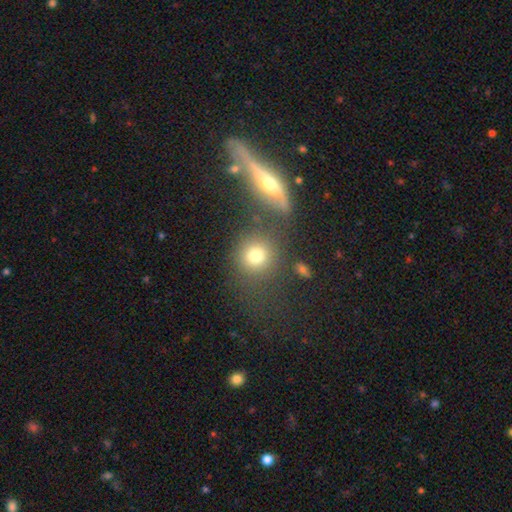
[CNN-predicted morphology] Smooth or featured? Predicted: smooth (p=0.75). How rounded? Predicted: round (p=0.84). Merging? Predicted: none (p=0.66).